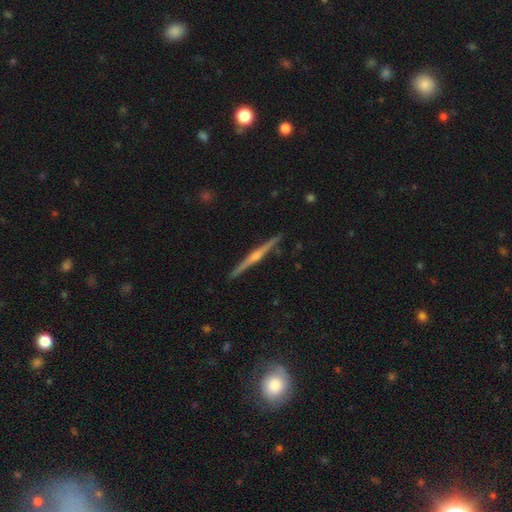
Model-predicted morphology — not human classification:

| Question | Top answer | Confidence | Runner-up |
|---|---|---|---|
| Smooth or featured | featured or disk | 83% | smooth (11%) |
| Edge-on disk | yes | 98% | no (2%) |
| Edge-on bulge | rounded | 88% | none (8%) |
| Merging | none | 91% | minor disturbance (6%) |